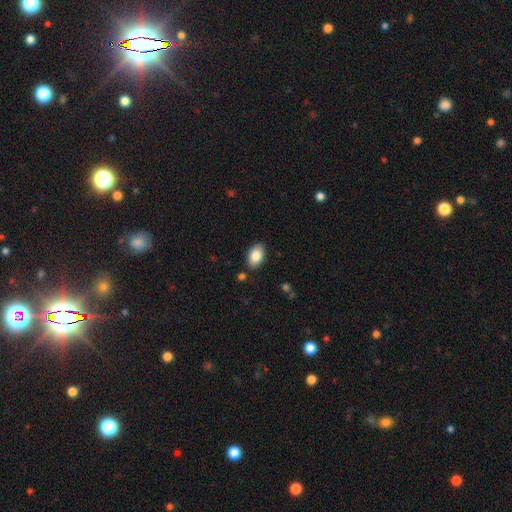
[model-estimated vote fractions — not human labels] Smooth or featured? Predicted: smooth (p=0.86). How rounded? Predicted: in between (p=0.92). Merging? Predicted: none (p=0.86).